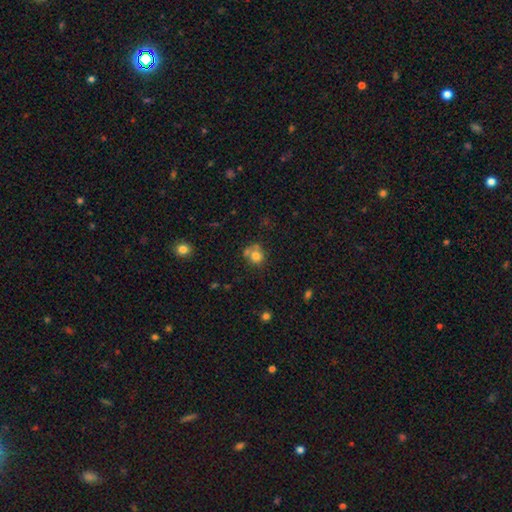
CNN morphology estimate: Smooth or featured? smooth (77%)
How rounded? round (81%)
Merging? none (51%)